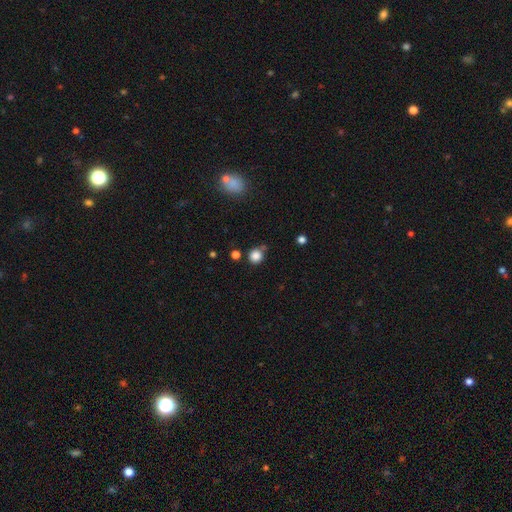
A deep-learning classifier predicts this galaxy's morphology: The model was most divided on "merging": none: 69%, minor disturbance: 17%, merger: 9%, major disturbance: 5%. More confident: how rounded — round (88%); smooth or featured — smooth (84%).